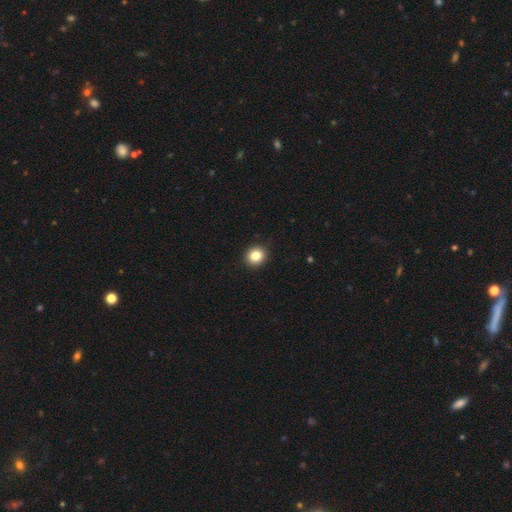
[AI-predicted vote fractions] A smooth galaxy with no disk features (84%) that is round (85%). Merging: none (92%).